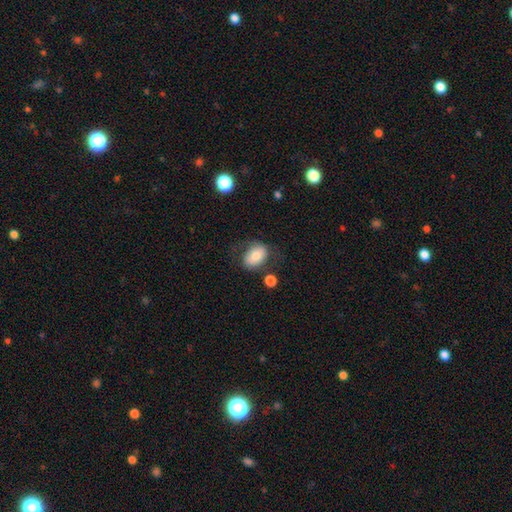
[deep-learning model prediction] smooth-or-featured: smooth: 71% | featured or disk: 22% | star or artifact: 8%
  how-rounded: in between: 75% | round: 24% | cigar-shaped: 1%
  merging: none: 61% | minor disturbance: 21% | major disturbance: 13% | merger: 6%